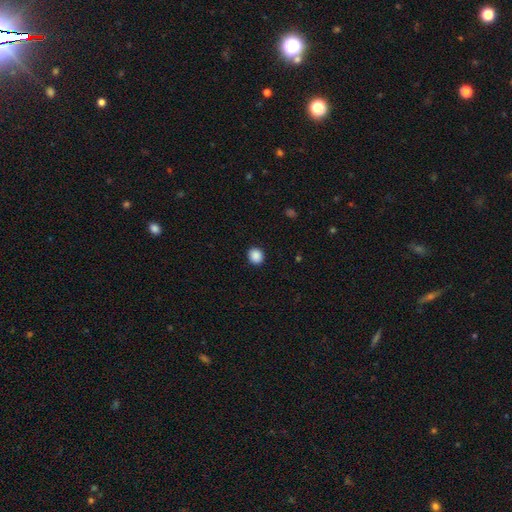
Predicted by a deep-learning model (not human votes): A smooth galaxy with no disk features (89%) that is round (79%). Merging: none (91%).